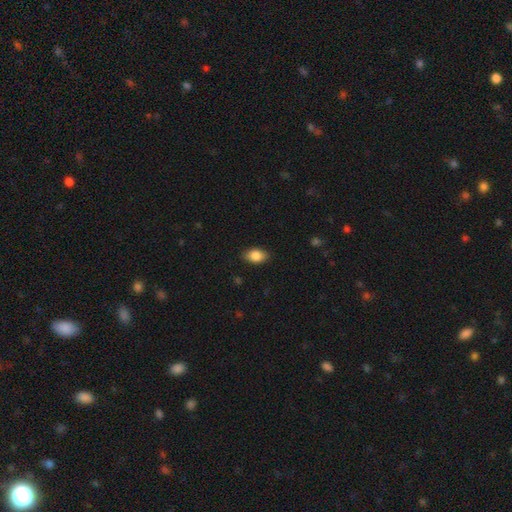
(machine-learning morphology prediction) smooth 87%, star or artifact 7%, featured or disk 6%. Down the decision tree: how rounded — in between (88%); merging — none (86%).